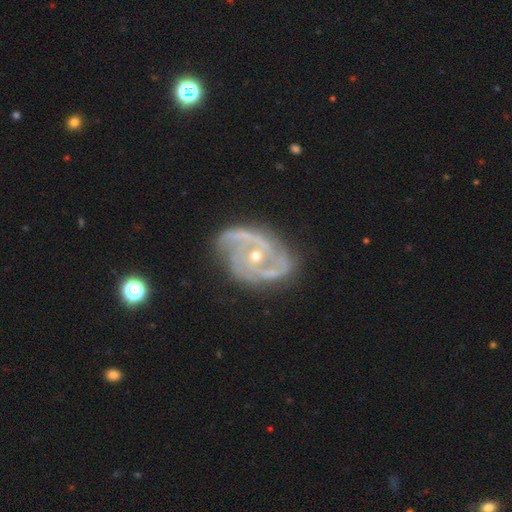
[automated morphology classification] Q: Smooth or featured?
A: featured or disk (90%); runner-up: star or artifact (5%)
Q: Edge-on disk?
A: no (97%); runner-up: yes (3%)
Q: Bar?
A: no (64%); runner-up: weak (25%)
Q: Spiral arms?
A: yes (97%); runner-up: no (3%)
Q: Spiral winding?
A: medium (47%); runner-up: tight (40%)
Q: Spiral arm count?
A: 2 (51%); runner-up: 3 (26%)
Q: Bulge size?
A: small (51%); runner-up: moderate (46%)
Q: Merging?
A: none (66%); runner-up: minor disturbance (22%)